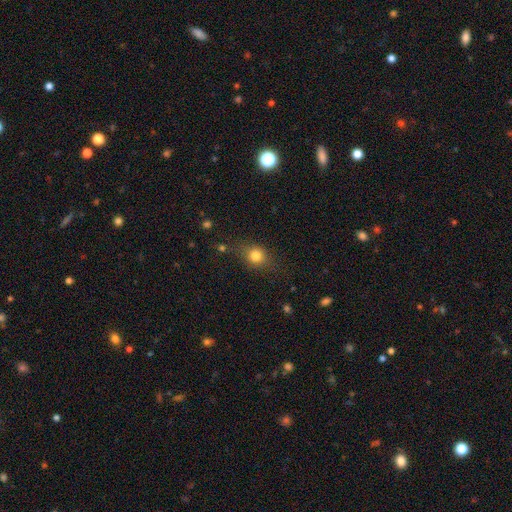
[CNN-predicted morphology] smooth-or-featured: smooth: 78% | star or artifact: 12% | featured or disk: 10%
  how-rounded: round: 64% | in between: 33% | cigar-shaped: 2%
  merging: none: 70% | minor disturbance: 19% | major disturbance: 8% | merger: 3%